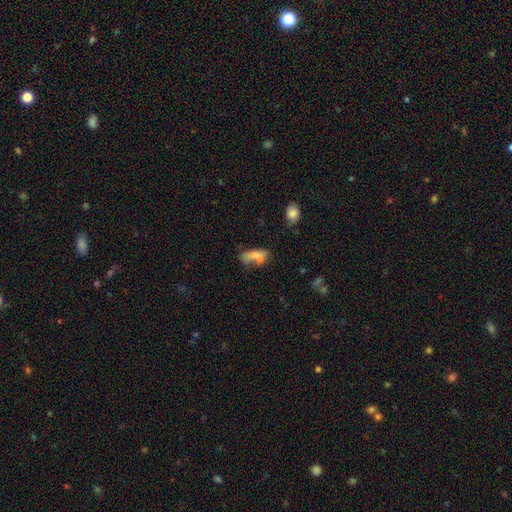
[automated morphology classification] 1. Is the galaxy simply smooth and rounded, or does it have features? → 73% smooth, 17% featured or disk, 10% star or artifact.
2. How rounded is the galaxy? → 79% in between, 17% cigar-shaped, 4% round.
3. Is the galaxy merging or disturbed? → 36% none, 30% minor disturbance, 21% major disturbance, 13% merger.